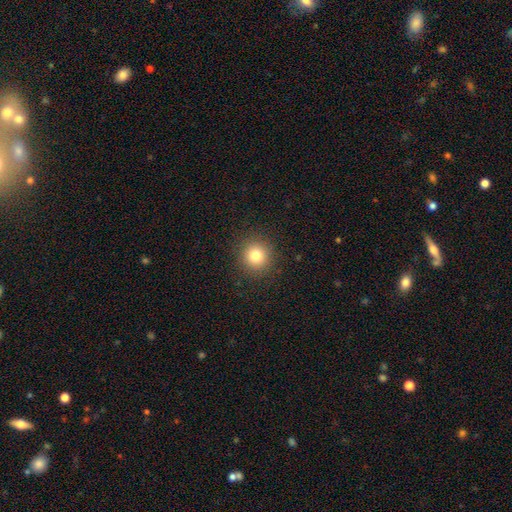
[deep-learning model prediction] This appears to be a smooth galaxy with no disk features (80%) that is round (92%). Merging: none (91%).